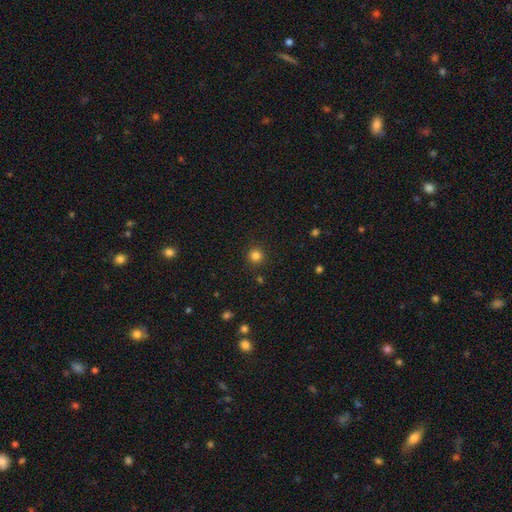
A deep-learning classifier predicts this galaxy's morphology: This is clearly a smooth galaxy (83%). How rounded: clearly round (95%). Merging: clearly none (91%).